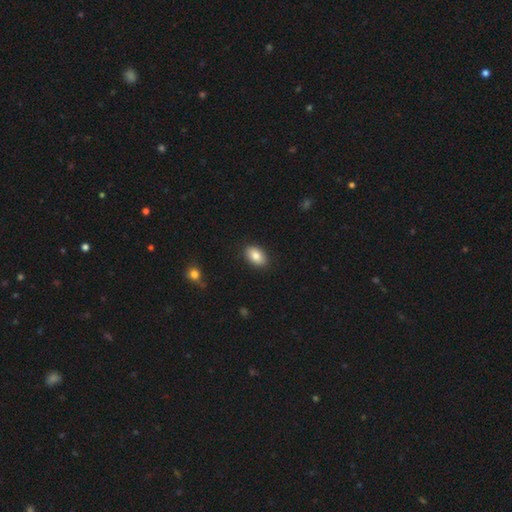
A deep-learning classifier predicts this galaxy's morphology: Smooth or featured? smooth (84%)
How rounded? in between (89%)
Merging? none (88%)